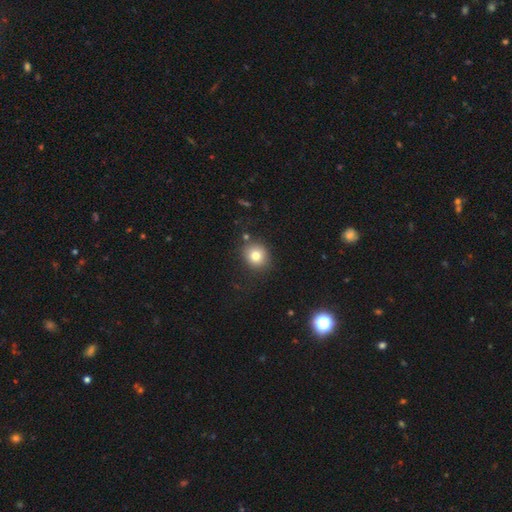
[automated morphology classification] This is likely a smooth galaxy (79%). How rounded: likely round (79%). Merging: clearly none (82%).